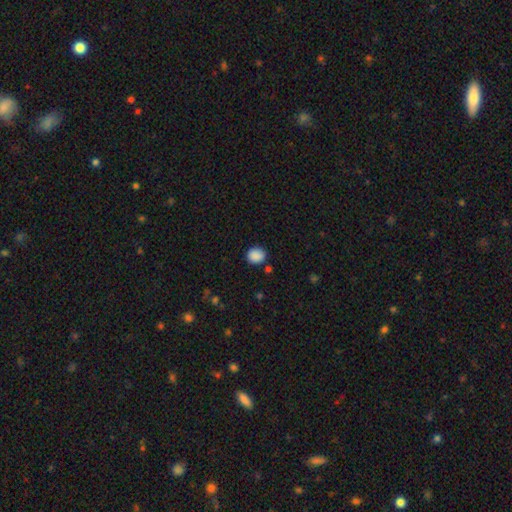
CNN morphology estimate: A smooth galaxy with no disk features (88%) that is round (64%).

Vote fractions:
- Smooth or featured? smooth: 88% / star or artifact: 9% / featured or disk: 3%
- How rounded? round: 64% / in between: 35% / cigar-shaped: 1%
- Merging? none: 84% / minor disturbance: 11% / major disturbance: 3% / merger: 2%